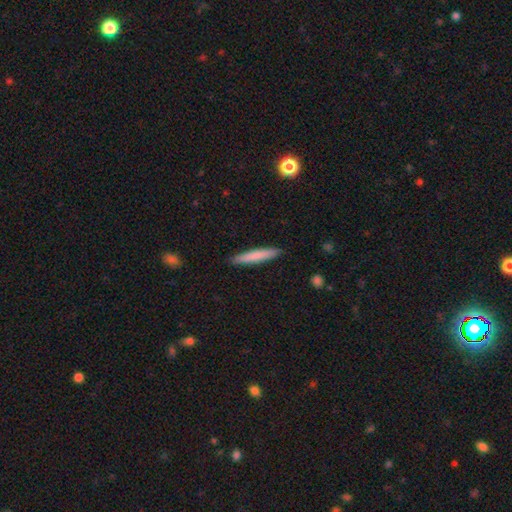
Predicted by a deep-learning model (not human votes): This is likely a smooth galaxy (77%). How rounded: clearly cigar-shaped (94%). Merging: clearly none (91%).